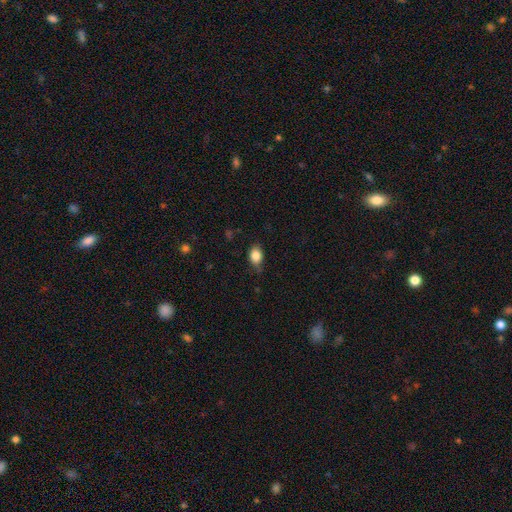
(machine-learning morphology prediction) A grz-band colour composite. It shows a smooth galaxy with no disk features (86%) that is in between round and cigar-shaped (74%). Merging: none (73%).